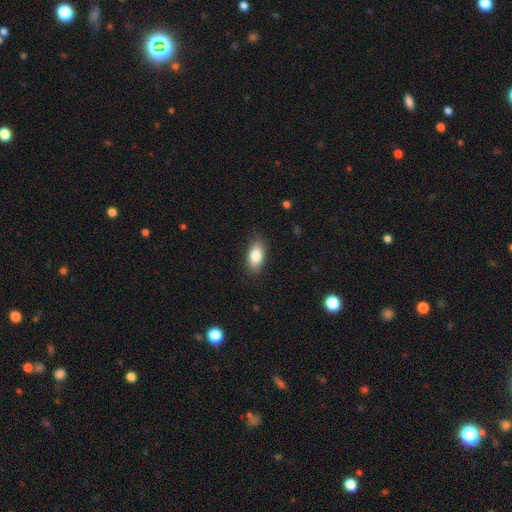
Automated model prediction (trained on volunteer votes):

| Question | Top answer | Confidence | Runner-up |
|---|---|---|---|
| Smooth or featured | smooth | 83% | featured or disk (10%) |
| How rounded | in between | 90% | cigar-shaped (6%) |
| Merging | none | 83% | minor disturbance (13%) |